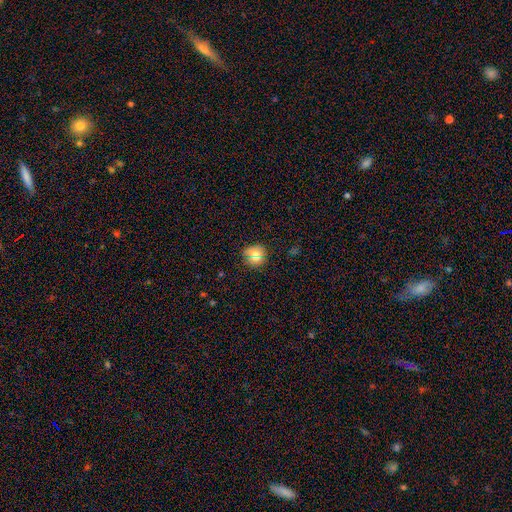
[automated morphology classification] Smooth or featured?
  - smooth: 76% *
  - star or artifact: 13%
  - featured or disk: 11%
How rounded?
  - round: 89% *
  - in between: 10%
  - cigar-shaped: 1%
Merging?
  - none: 76% *
  - minor disturbance: 16%
  - major disturbance: 4%
  - merger: 4%